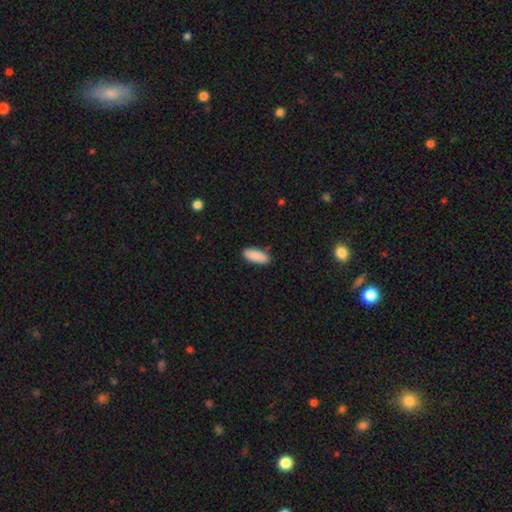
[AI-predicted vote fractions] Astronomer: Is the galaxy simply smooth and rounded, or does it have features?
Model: smooth — 90%.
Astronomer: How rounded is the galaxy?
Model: in between — 77%.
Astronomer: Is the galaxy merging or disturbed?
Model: none — 87%.